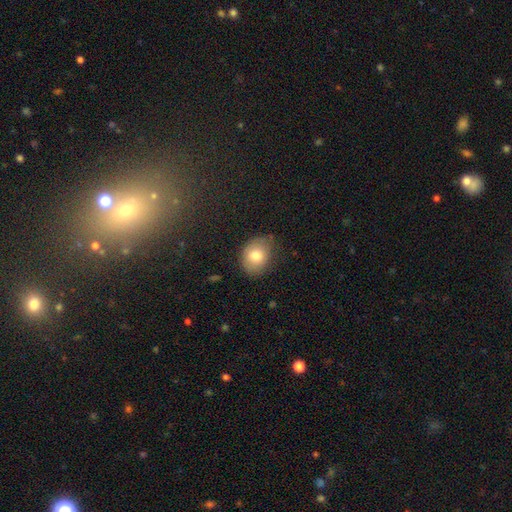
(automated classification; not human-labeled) Smooth or featured?
  - smooth: 77% *
  - featured or disk: 14%
  - star or artifact: 9%
How rounded?
  - in between: 59% *
  - round: 40%
  - cigar-shaped: 1%
Merging?
  - none: 67% *
  - minor disturbance: 26%
  - major disturbance: 5%
  - merger: 1%